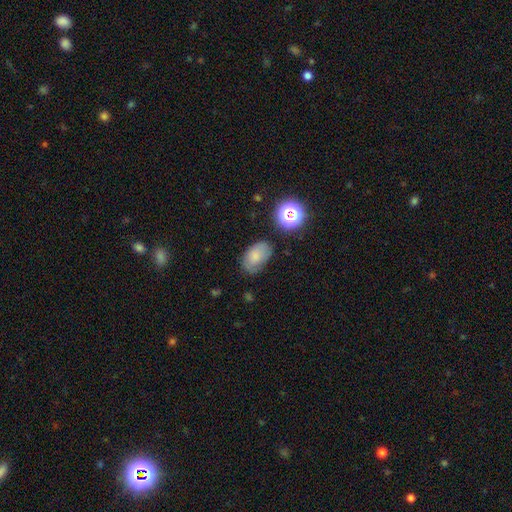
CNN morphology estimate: smooth-or-featured: smooth: 73% | featured or disk: 14% | star or artifact: 12%
  how-rounded: in between: 87% | round: 12% | cigar-shaped: 1%
  merging: none: 65% | minor disturbance: 24% | major disturbance: 7% | merger: 3%